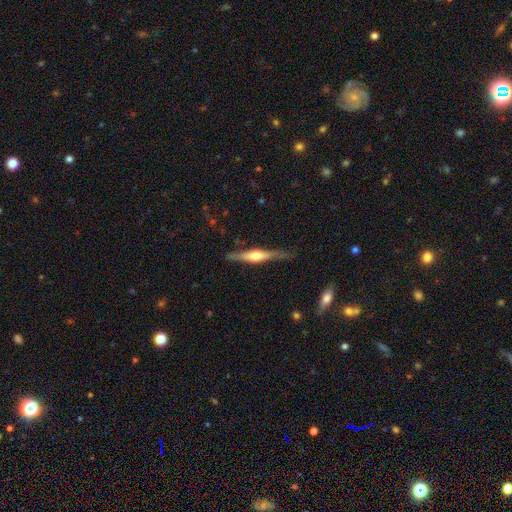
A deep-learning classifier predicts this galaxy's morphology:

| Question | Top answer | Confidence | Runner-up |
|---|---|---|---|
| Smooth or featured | featured or disk | 68% | smooth (27%) |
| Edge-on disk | yes | 96% | no (4%) |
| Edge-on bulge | rounded | 85% | boxy (11%) |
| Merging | none | 79% | minor disturbance (16%) |